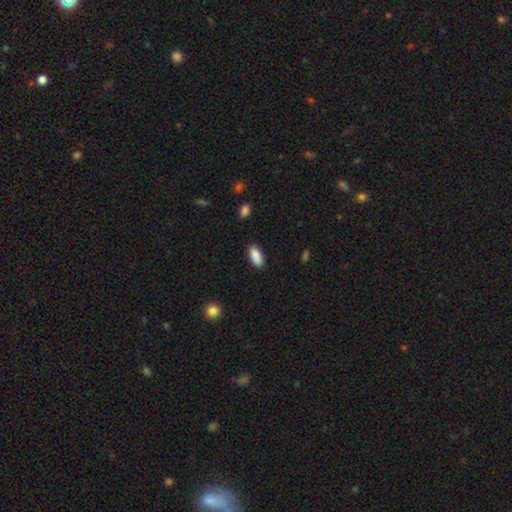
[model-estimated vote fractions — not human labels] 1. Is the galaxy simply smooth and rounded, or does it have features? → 89% smooth, 7% star or artifact, 4% featured or disk.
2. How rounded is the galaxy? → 85% in between, 13% cigar-shaped, 2% round.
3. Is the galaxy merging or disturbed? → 87% none, 10% minor disturbance, 2% major disturbance, 1% merger.